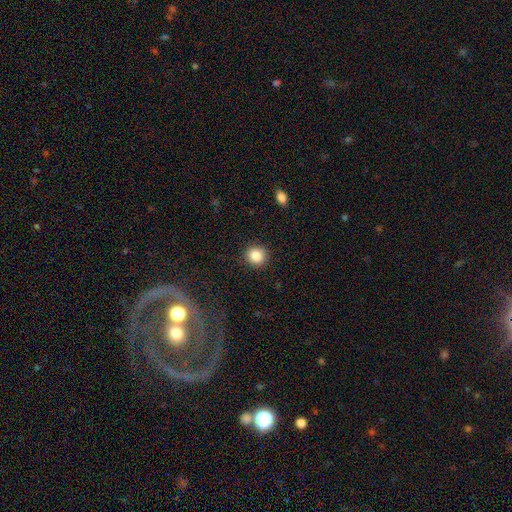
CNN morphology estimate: The model was most divided on "smooth or featured": smooth: 85%, star or artifact: 10%, featured or disk: 5%. More confident: merging — none (90%); how rounded — round (89%).